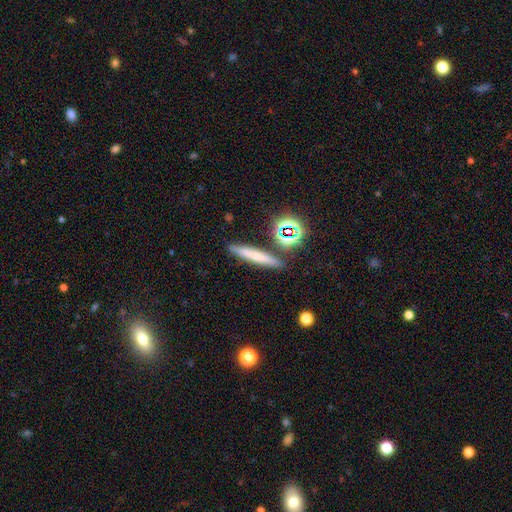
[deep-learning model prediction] Smooth or featured? smooth (60%)
How rounded? cigar-shaped (87%)
Merging? none (84%)